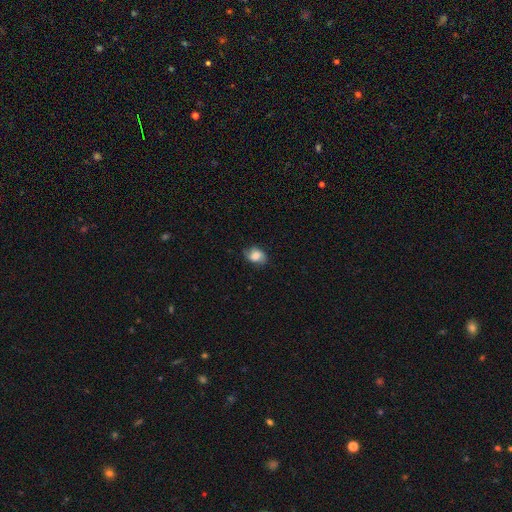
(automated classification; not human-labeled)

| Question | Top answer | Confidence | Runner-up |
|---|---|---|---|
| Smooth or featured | smooth | 65% | featured or disk (25%) |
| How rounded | in between | 66% | round (32%) |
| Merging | none | 71% | minor disturbance (22%) |